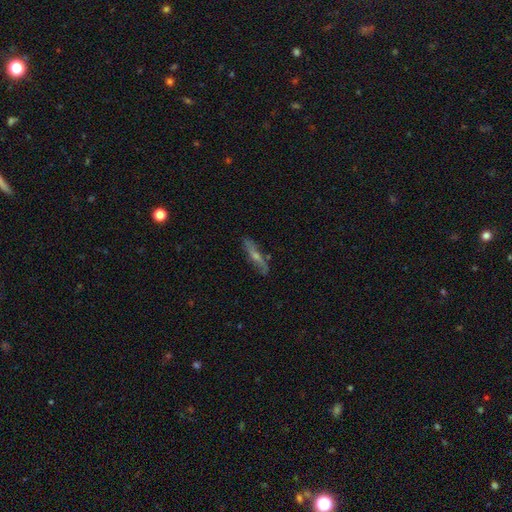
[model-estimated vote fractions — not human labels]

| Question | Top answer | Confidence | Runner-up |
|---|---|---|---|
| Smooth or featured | featured or disk | 64% | smooth (26%) |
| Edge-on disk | yes | 72% | no (28%) |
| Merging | none | 82% | minor disturbance (13%) |